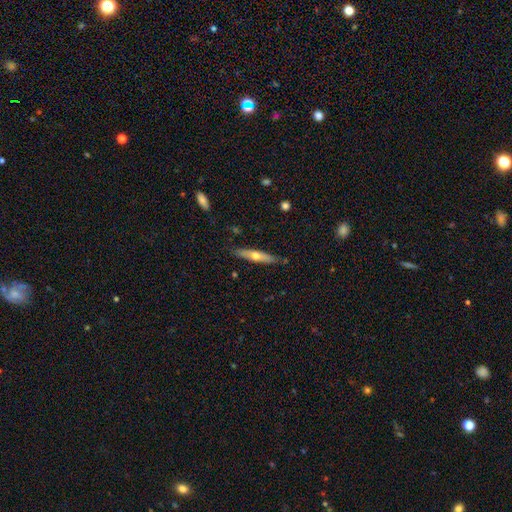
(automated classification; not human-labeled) Smooth or featured?
  - featured or disk: 48% *
  - smooth: 47%
  - star or artifact: 6%
Merging?
  - none: 84% *
  - minor disturbance: 12%
  - major disturbance: 2%
  - merger: 2%